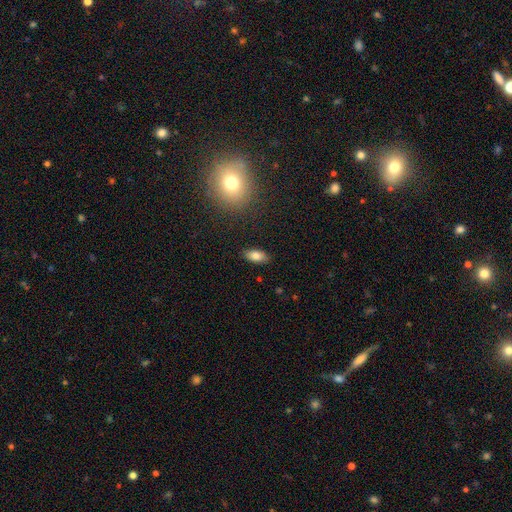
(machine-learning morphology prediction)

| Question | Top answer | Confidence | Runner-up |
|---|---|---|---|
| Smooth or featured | smooth | 81% | featured or disk (10%) |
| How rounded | in between | 89% | cigar-shaped (8%) |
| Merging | none | 87% | minor disturbance (9%) |